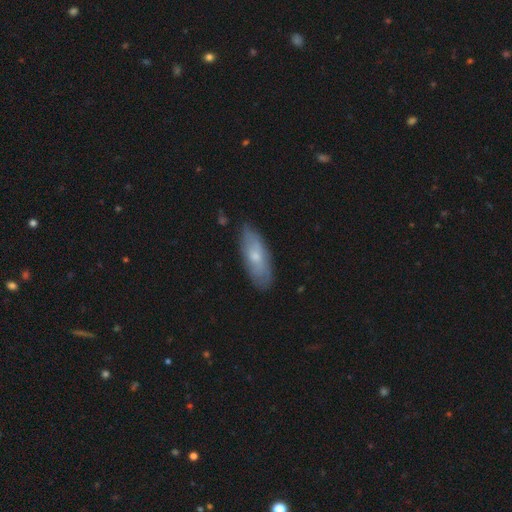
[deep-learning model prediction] Overall: smooth (57%; featured or disk 37%). How rounded: in between (70%). Merging: none (79%).